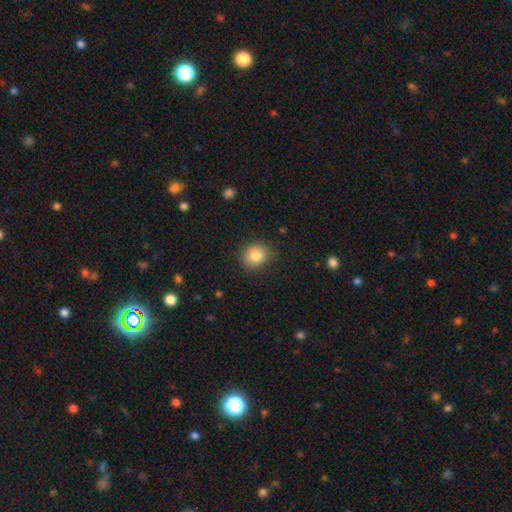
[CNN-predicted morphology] The model was most divided on "how rounded": round: 79%, in between: 20%, cigar-shaped: 1%. More confident: merging — none (84%); smooth or featured — smooth (83%).